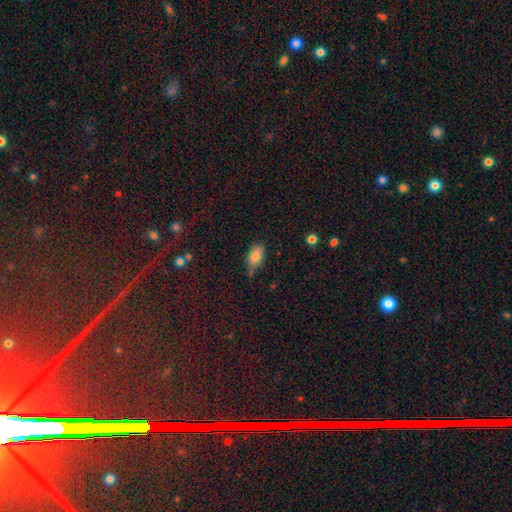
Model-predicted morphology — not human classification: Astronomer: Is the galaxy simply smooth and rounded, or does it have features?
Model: smooth — 81%.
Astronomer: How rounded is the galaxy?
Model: in between — 89%.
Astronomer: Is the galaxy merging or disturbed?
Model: none — 60%.